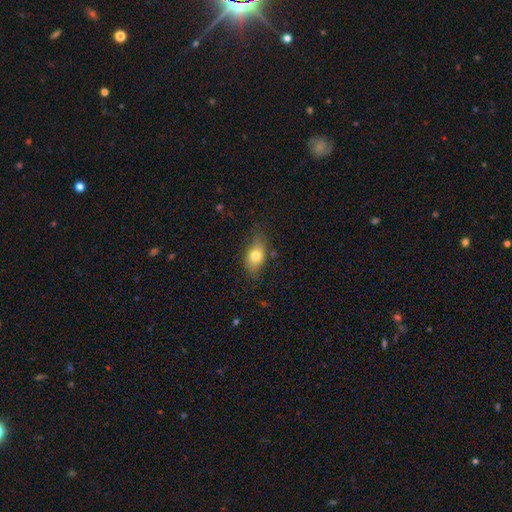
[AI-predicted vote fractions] smooth-or-featured: smooth: 75% | featured or disk: 17% | star or artifact: 8%
  how-rounded: in between: 82% | round: 14% | cigar-shaped: 4%
  merging: none: 72% | minor disturbance: 21% | major disturbance: 5% | merger: 2%